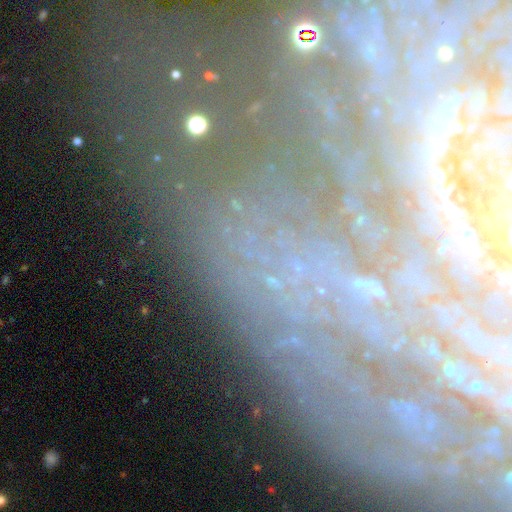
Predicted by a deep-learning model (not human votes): Smooth or featured? Predicted: featured or disk (p=0.53). Edge-on disk? Predicted: no (p=0.85). Merging? Predicted: none (p=0.69).